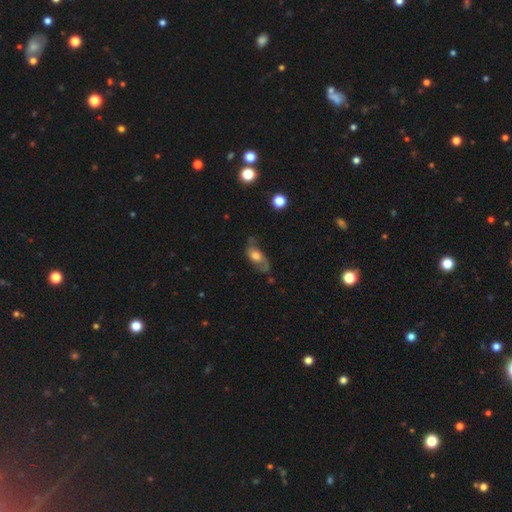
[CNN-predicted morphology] Q: Smooth or featured?
A: featured or disk (54%); runner-up: smooth (37%)
Q: Edge-on disk?
A: no (85%); runner-up: yes (15%)
Q: Merging?
A: none (56%); runner-up: minor disturbance (26%)